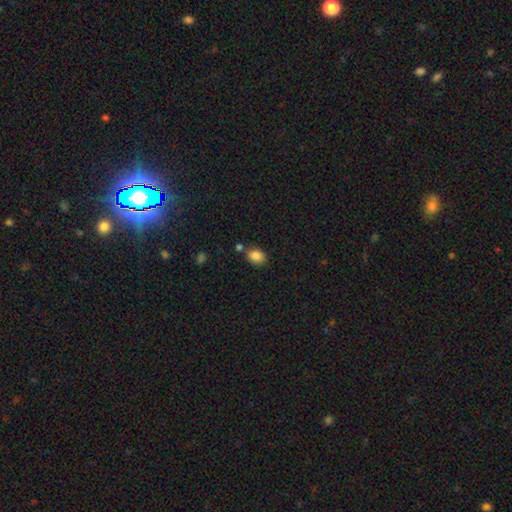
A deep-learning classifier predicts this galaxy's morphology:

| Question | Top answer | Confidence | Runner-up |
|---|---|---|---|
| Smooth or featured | smooth | 86% | star or artifact (9%) |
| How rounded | in between | 65% | round (34%) |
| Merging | none | 71% | minor disturbance (13%) |